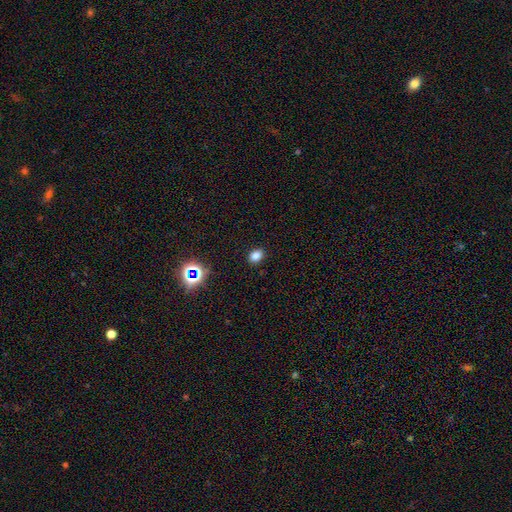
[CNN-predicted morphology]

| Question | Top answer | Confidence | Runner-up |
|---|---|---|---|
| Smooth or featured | smooth | 79% | star or artifact (16%) |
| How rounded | in between | 74% | round (25%) |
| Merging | none | 88% | minor disturbance (8%) |